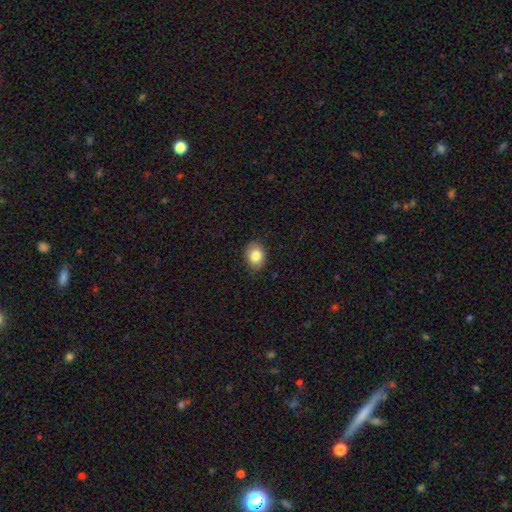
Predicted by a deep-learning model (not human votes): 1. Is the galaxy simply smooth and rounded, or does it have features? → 83% smooth, 9% star or artifact, 8% featured or disk.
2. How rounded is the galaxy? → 57% in between, 42% round, 1% cigar-shaped.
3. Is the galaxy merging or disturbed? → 83% none, 14% minor disturbance, 2% major disturbance, 1% merger.